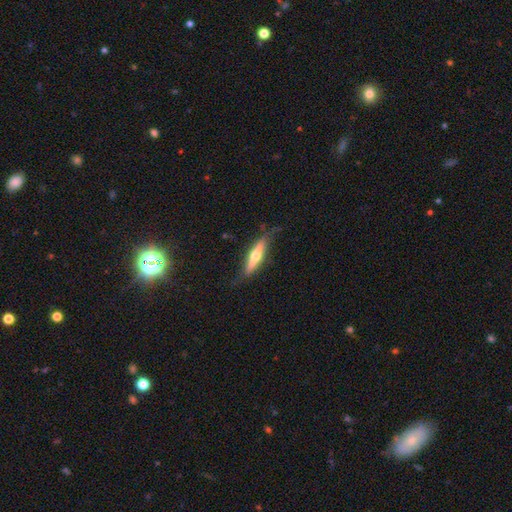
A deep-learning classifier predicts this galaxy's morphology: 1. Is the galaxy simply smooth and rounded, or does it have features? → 58% featured or disk, 36% smooth, 5% star or artifact.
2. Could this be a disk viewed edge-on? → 90% yes, 10% no.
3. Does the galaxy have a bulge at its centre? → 92% rounded, 5% none, 3% boxy.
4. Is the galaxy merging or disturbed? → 75% none, 18% minor disturbance, 5% major disturbance, 2% merger.